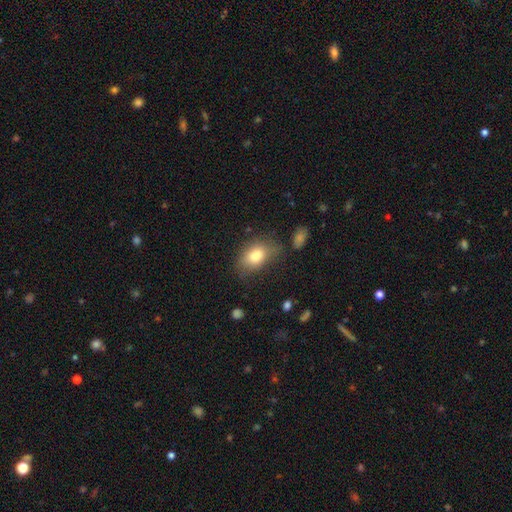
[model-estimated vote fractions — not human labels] smooth-or-featured: smooth: 79% | featured or disk: 12% | star or artifact: 9%
  how-rounded: in between: 80% | round: 18% | cigar-shaped: 2%
  merging: none: 65% | minor disturbance: 22% | major disturbance: 8% | merger: 5%